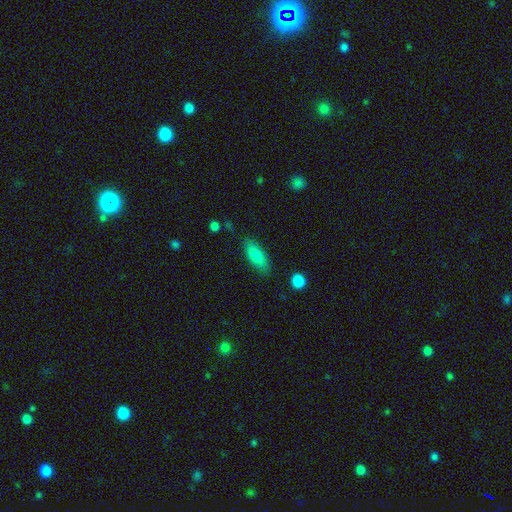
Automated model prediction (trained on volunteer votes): Morphology: type=smooth (78%); roundness=in between (74%); merging=none (80%).